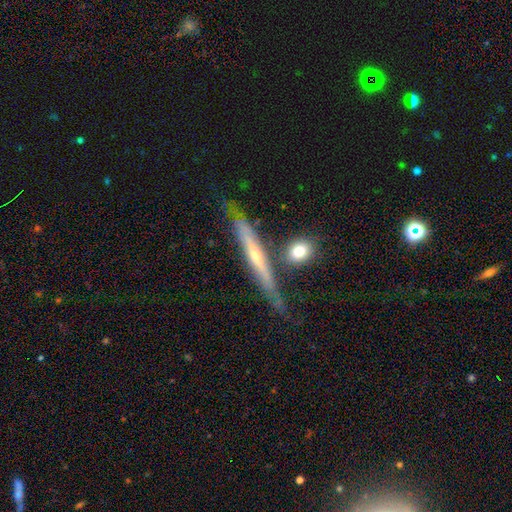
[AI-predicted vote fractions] Smooth or featured? featured or disk (74%)
Edge-on disk? yes (91%)
Edge-on bulge? rounded (64%)
Merging? none (72%)